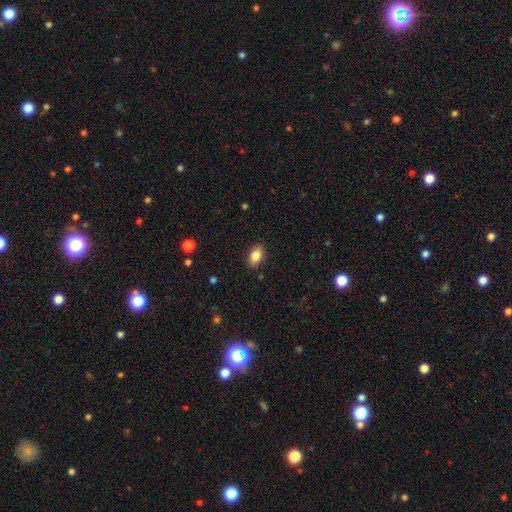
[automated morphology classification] The model was most divided on "smooth or featured": smooth: 85%, star or artifact: 8%, featured or disk: 7%. More confident: how rounded — in between (89%); merging — none (88%).